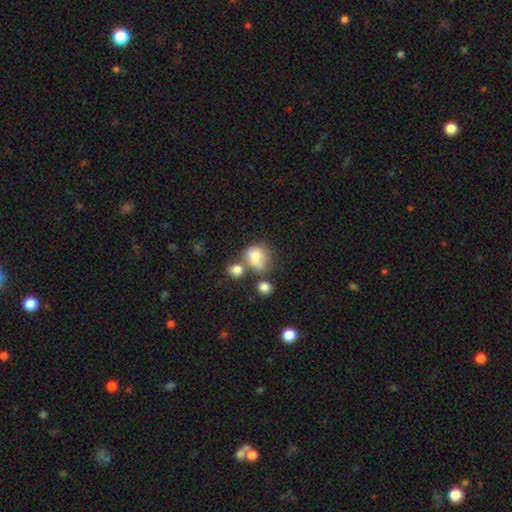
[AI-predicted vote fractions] smooth_or_featured: smooth (p=0.71) [alt: featured or disk p=0.17]
how_rounded: round (p=0.64) [alt: in between p=0.35]
merging: merger (p=0.35) [alt: none p=0.33]